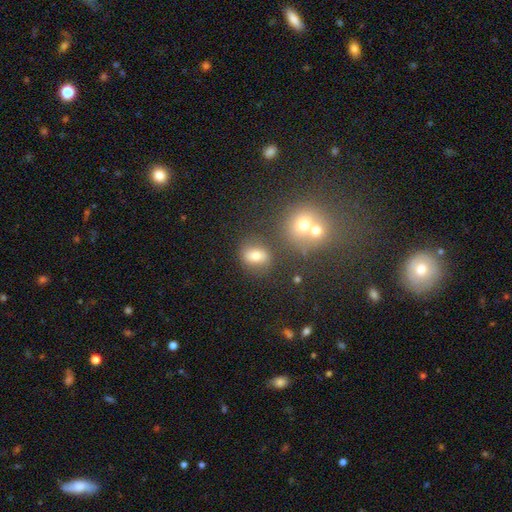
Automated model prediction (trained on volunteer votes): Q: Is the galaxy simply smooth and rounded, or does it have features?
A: smooth — 66%.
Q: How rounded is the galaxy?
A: in between — 57%.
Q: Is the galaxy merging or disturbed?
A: none — 73%.